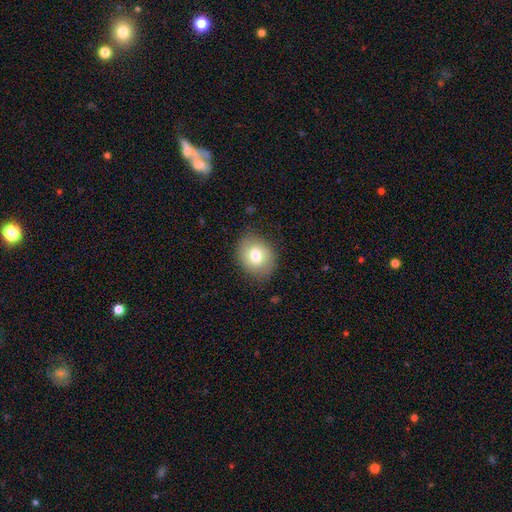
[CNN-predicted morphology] Q: Smooth or featured?
A: smooth (74%); runner-up: featured or disk (18%)
Q: How rounded?
A: in between (53%); runner-up: round (46%)
Q: Merging?
A: none (82%); runner-up: minor disturbance (14%)